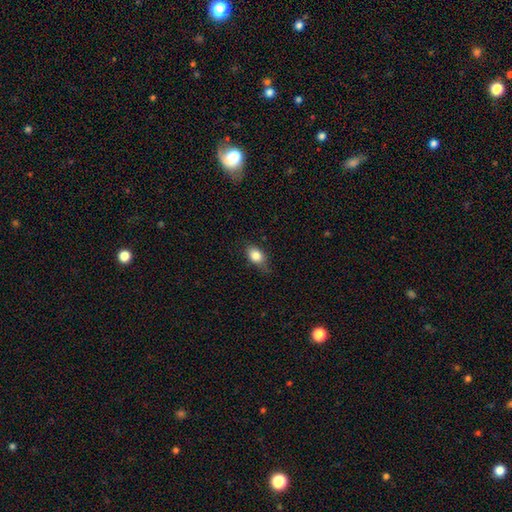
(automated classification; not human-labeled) smooth 83%, star or artifact 9%, featured or disk 8%. Down the decision tree: how rounded — in between (77%); merging — none (66%).